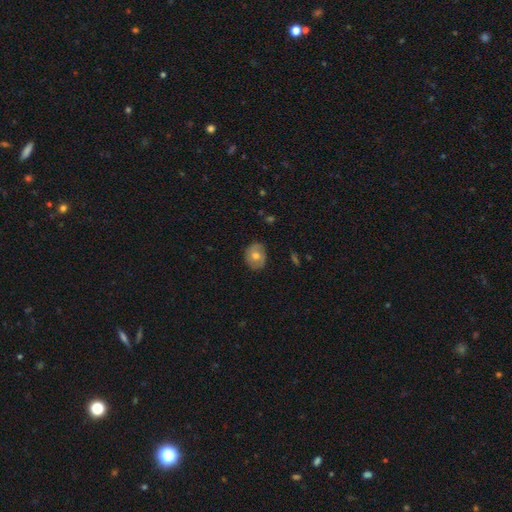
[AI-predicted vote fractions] Q: Smooth or featured?
A: smooth (59%); runner-up: featured or disk (33%)
Q: How rounded?
A: round (55%); runner-up: in between (44%)
Q: Merging?
A: none (81%); runner-up: minor disturbance (15%)